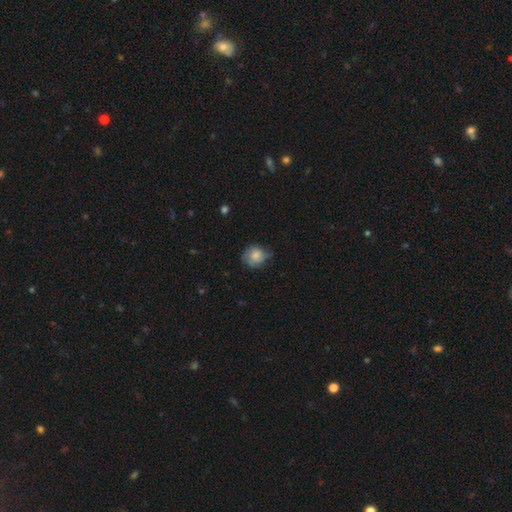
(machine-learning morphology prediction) A smooth galaxy with no disk features (70%) that is round (78%).

Vote fractions:
- Smooth or featured? smooth: 70% / featured or disk: 22% / star or artifact: 8%
- How rounded? round: 78% / in between: 21% / cigar-shaped: 1%
- Merging? none: 57% / minor disturbance: 31% / major disturbance: 10% / merger: 1%